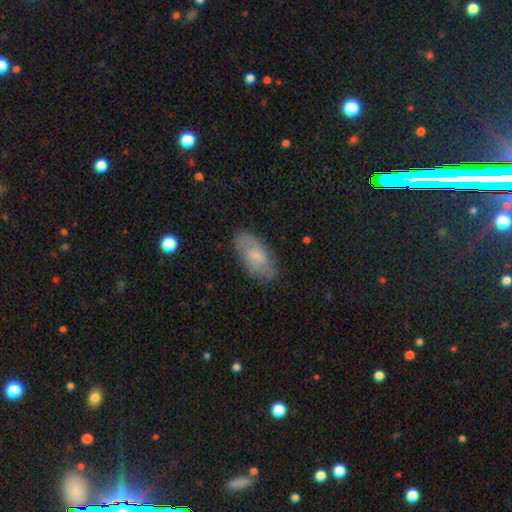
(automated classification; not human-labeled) smooth_or_featured: smooth (p=0.53) [alt: featured or disk p=0.40]
how_rounded: in between (p=0.91) [alt: cigar-shaped p=0.06]
merging: none (p=0.79) [alt: minor disturbance p=0.16]